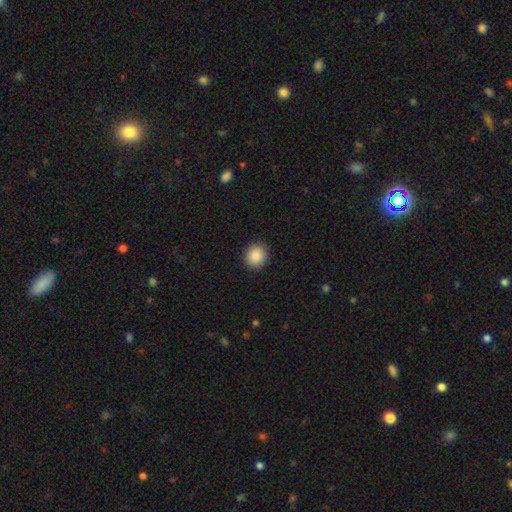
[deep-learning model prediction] A smooth galaxy with no disk features (88%) that is round (88%). Merging: none (91%).